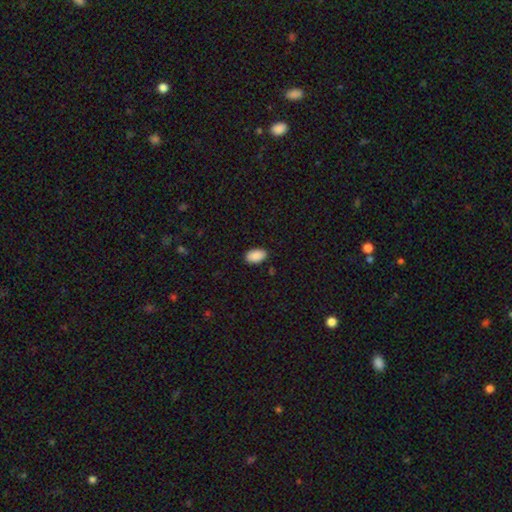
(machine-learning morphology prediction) smooth-or-featured: smooth: 90% | star or artifact: 7% | featured or disk: 3%
  how-rounded: in between: 94% | round: 4% | cigar-shaped: 1%
  merging: none: 88% | minor disturbance: 9% | major disturbance: 2% | merger: 1%